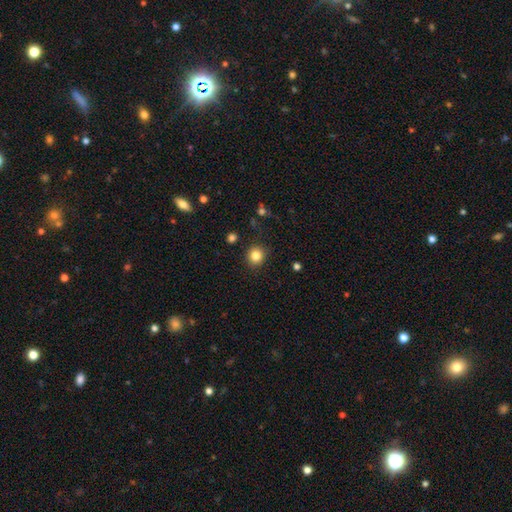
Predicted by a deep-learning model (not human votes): Smooth or featured? smooth (83%)
How rounded? round (90%)
Merging? none (90%)